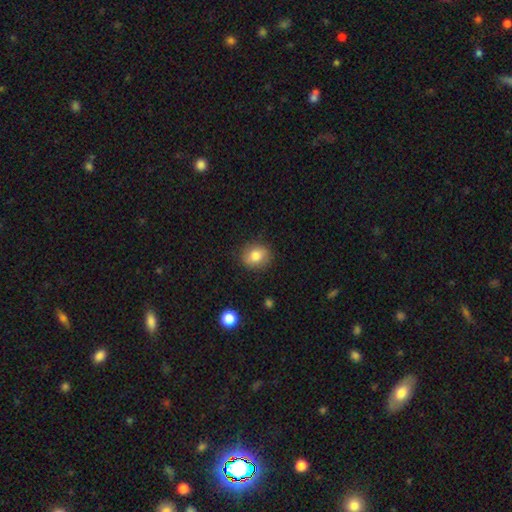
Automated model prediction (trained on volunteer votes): Q: Smooth or featured?
A: smooth (79%); runner-up: featured or disk (12%)
Q: How rounded?
A: round (64%); runner-up: in between (35%)
Q: Merging?
A: none (84%); runner-up: minor disturbance (12%)